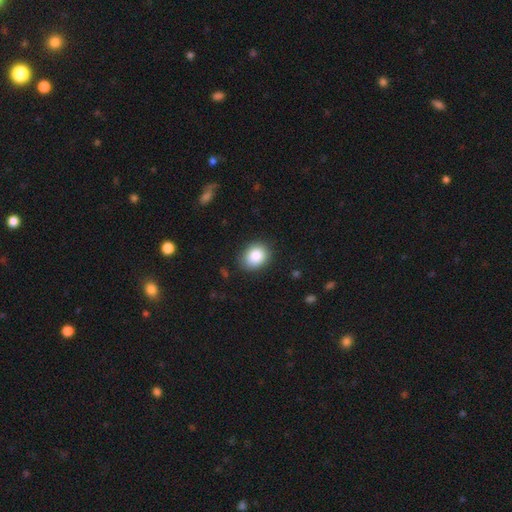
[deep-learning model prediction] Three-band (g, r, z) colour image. It shows a smooth galaxy with no disk features (86%) that is in between round and cigar-shaped (53%). Merging: none (85%).